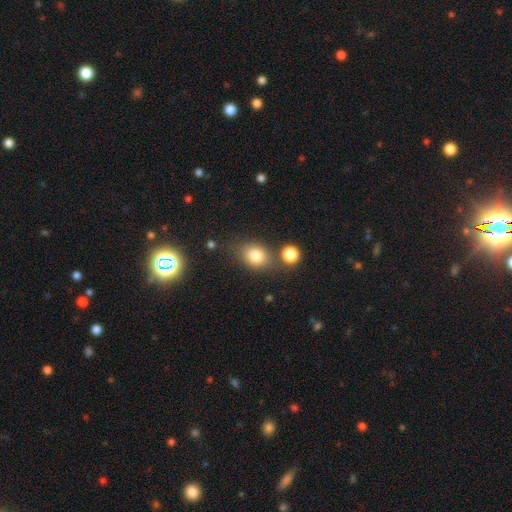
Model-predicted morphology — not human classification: smooth_or_featured: smooth (p=0.80) [alt: star or artifact p=0.11]
how_rounded: in between (p=0.55) [alt: round p=0.44]
merging: none (p=0.68) [alt: minor disturbance p=0.14]